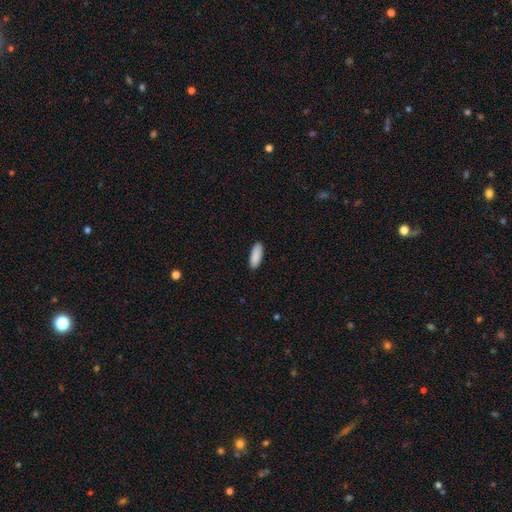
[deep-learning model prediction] smooth 90%, star or artifact 6%, featured or disk 4%. Down the decision tree: how rounded — in between (69%); merging — none (90%).